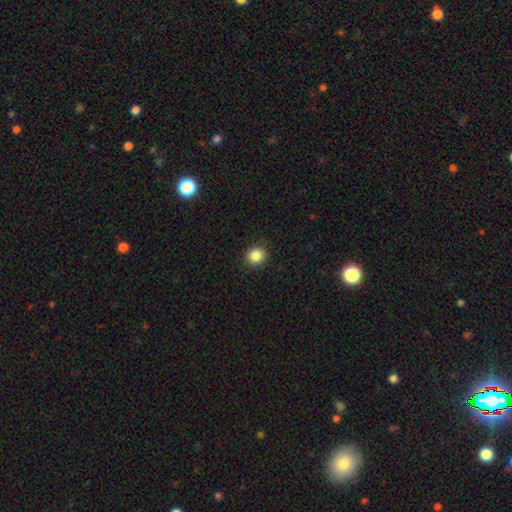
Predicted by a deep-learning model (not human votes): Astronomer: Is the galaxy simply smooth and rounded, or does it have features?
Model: smooth — 86%.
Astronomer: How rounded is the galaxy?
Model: round — 85%.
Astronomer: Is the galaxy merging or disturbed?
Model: none — 90%.